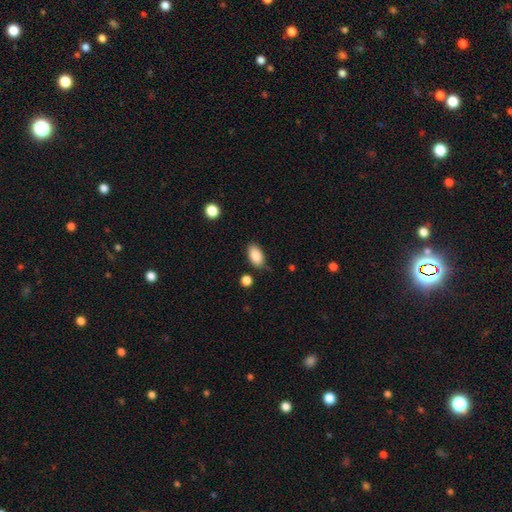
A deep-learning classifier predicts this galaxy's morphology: smooth_or_featured: smooth (p=0.87) [alt: star or artifact p=0.07]
how_rounded: in between (p=0.93) [alt: round p=0.05]
merging: none (p=0.79) [alt: minor disturbance p=0.15]